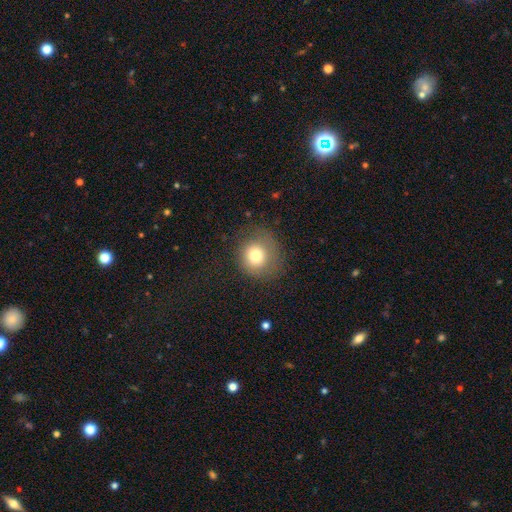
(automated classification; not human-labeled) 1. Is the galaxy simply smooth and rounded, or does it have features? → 76% smooth, 13% featured or disk, 11% star or artifact.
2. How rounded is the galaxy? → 86% round, 13% in between, 1% cigar-shaped.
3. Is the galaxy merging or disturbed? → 70% none, 18% minor disturbance, 10% major disturbance, 1% merger.